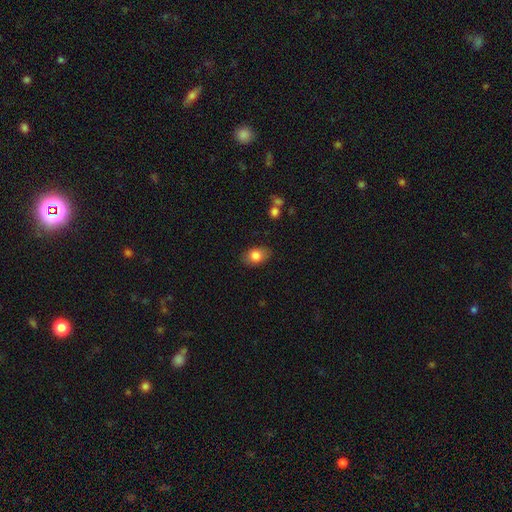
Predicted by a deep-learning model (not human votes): This is clearly a smooth galaxy (82%). How rounded: likely in between (80%). Merging: clearly none (85%).